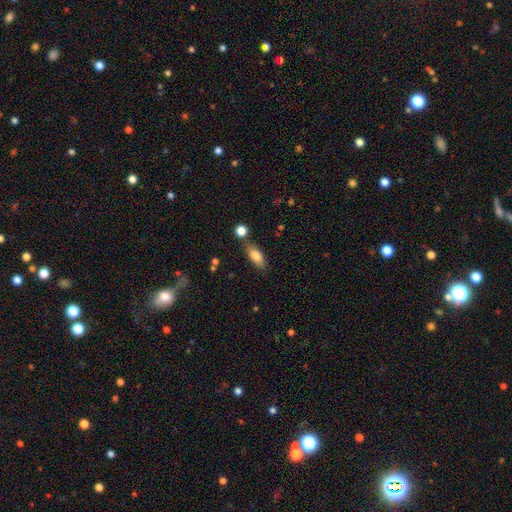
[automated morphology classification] Smooth or featured? smooth (79%)
How rounded? in between (77%)
Merging? none (74%)